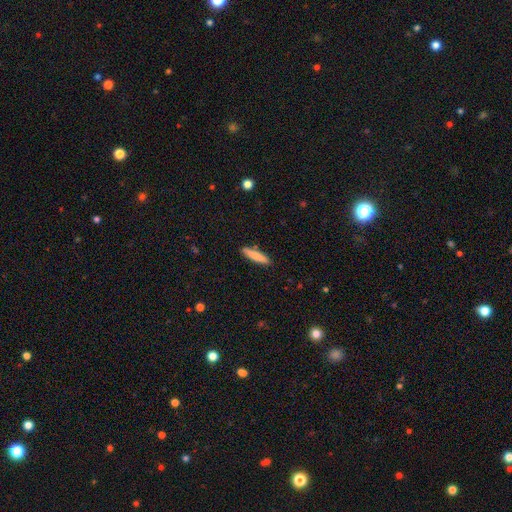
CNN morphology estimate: This is clearly a smooth galaxy (81%). How rounded: clearly cigar-shaped (87%). Merging: clearly none (88%).